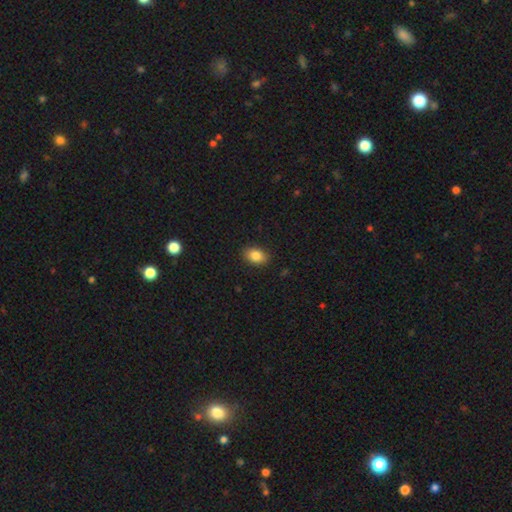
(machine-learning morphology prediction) A smooth galaxy with no disk features (84%) that is in between round and cigar-shaped (77%). Merging: none (89%).